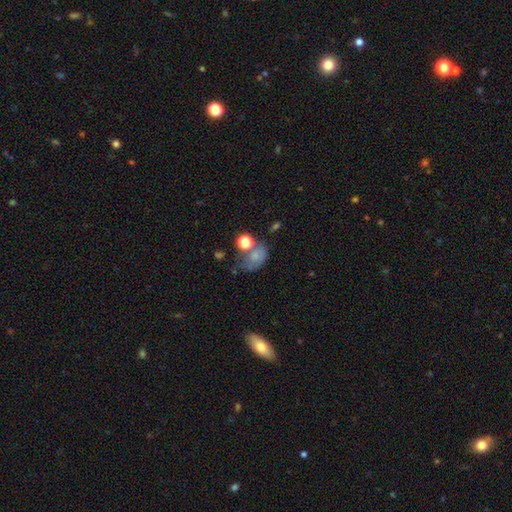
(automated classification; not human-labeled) Smooth or featured: smooth — 68% (featured or disk — 19%)
How rounded: in between — 65% (round — 34%)
Merging: none — 30% (merger — 24%)